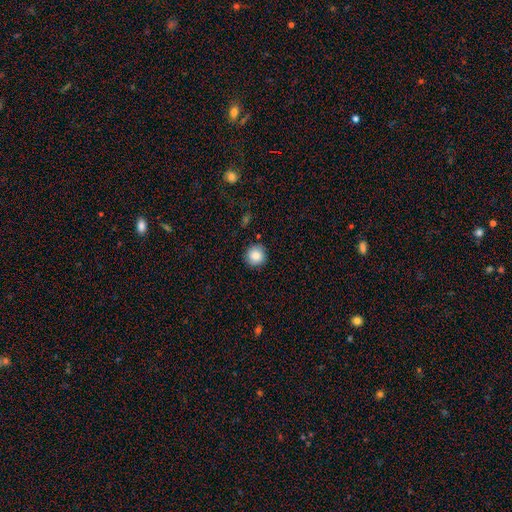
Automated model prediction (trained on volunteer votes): Smooth or featured? Predicted: smooth (p=0.85). How rounded? Predicted: round (p=0.94). Merging? Predicted: none (p=0.89).